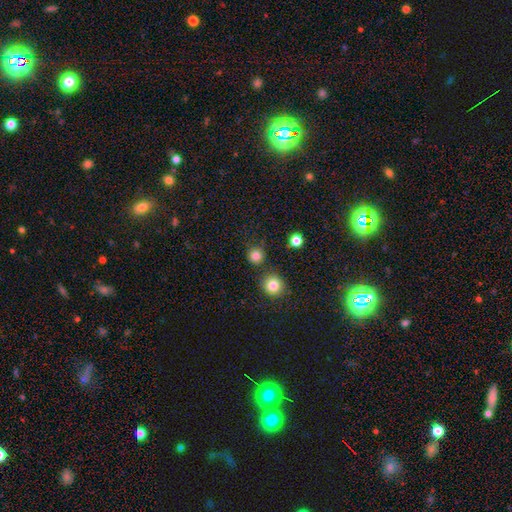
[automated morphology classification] smooth_or_featured: smooth (p=0.82) [alt: star or artifact p=0.14]
how_rounded: round (p=0.93) [alt: in between p=0.06]
merging: none (p=0.84) [alt: minor disturbance p=0.07]